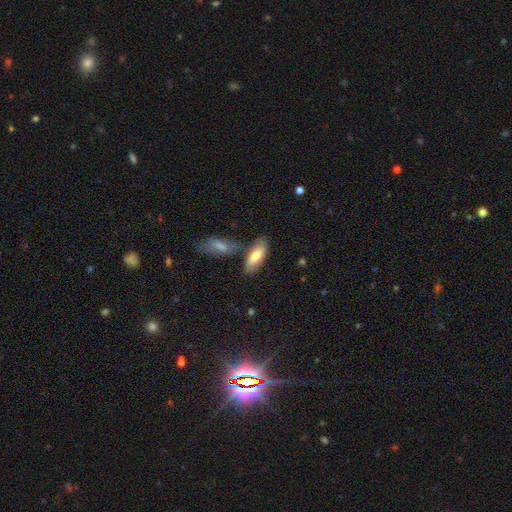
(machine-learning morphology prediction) Overall: smooth (75%). How rounded: in between (79%). Merging: none (61%).